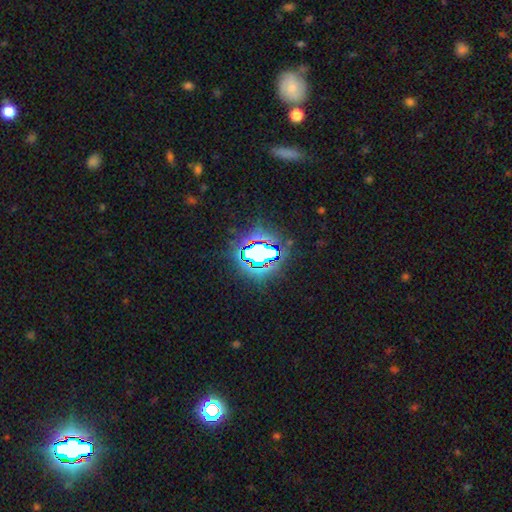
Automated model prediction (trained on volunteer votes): smooth-or-featured: star or artifact: 70% | smooth: 17% | featured or disk: 12%